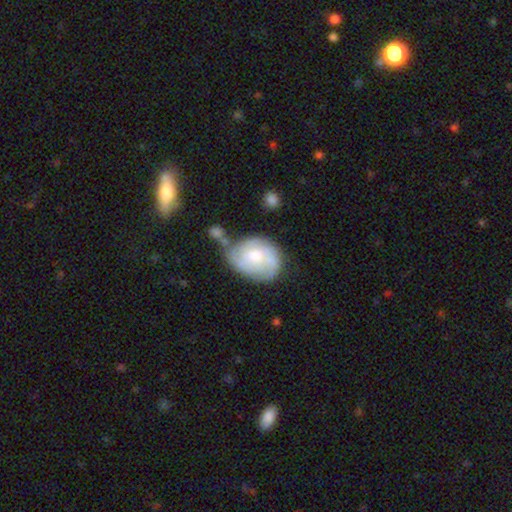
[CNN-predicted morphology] A featured or disk galaxy (55%) with no bar (67%), spiral arms (73%) and a moderate central bulge (58%).

Vote fractions:
- Smooth or featured? featured or disk: 55% / smooth: 39% / star or artifact: 6%
- Edge-on disk? no: 97% / yes: 3%
- Bar? no: 67% / weak: 29% / strong: 4%
- Spiral arms? yes: 73% / no: 27%
- Bulge size? moderate: 58% / small: 25% / large: 11% / none: 4% / dominant: 2%
- Merging? none: 44% / minor disturbance: 29% / major disturbance: 14% / merger: 14%